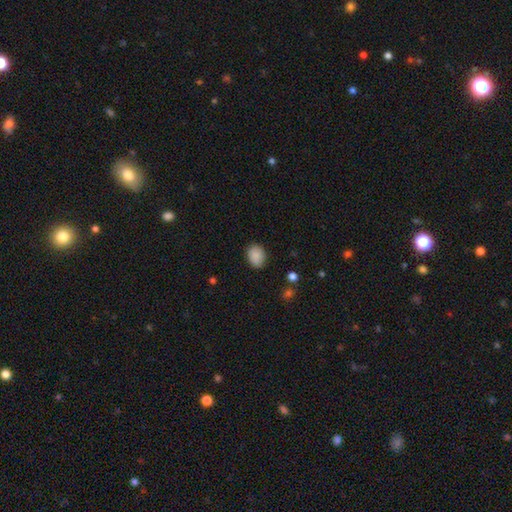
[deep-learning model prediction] smooth-or-featured: smooth: 89% | star or artifact: 8% | featured or disk: 3%
  how-rounded: in between: 65% | round: 34% | cigar-shaped: 1%
  merging: none: 85% | minor disturbance: 11% | major disturbance: 3% | merger: 1%